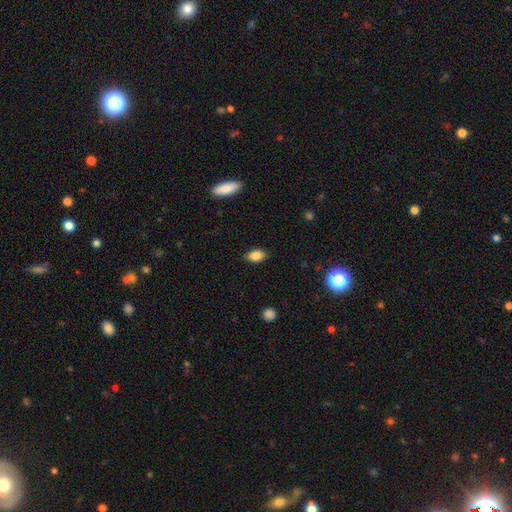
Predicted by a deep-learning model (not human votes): Smooth or featured?
  - smooth: 85% *
  - star or artifact: 9%
  - featured or disk: 7%
How rounded?
  - in between: 89% *
  - round: 9%
  - cigar-shaped: 3%
Merging?
  - none: 85% *
  - minor disturbance: 12%
  - major disturbance: 2%
  - merger: 1%